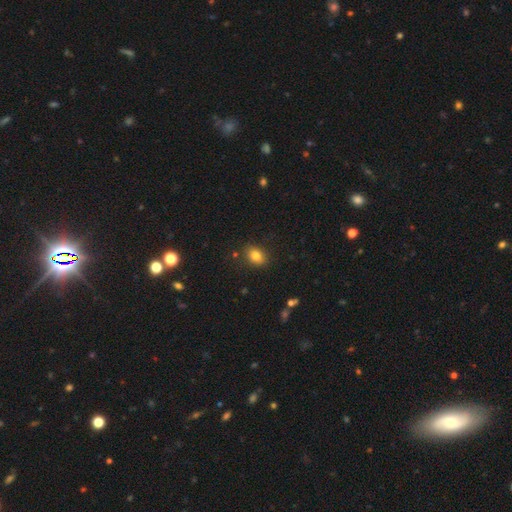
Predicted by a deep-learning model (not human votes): Q: Smooth or featured?
A: smooth (81%); runner-up: star or artifact (11%)
Q: How rounded?
A: in between (67%); runner-up: round (32%)
Q: Merging?
A: none (86%); runner-up: minor disturbance (10%)